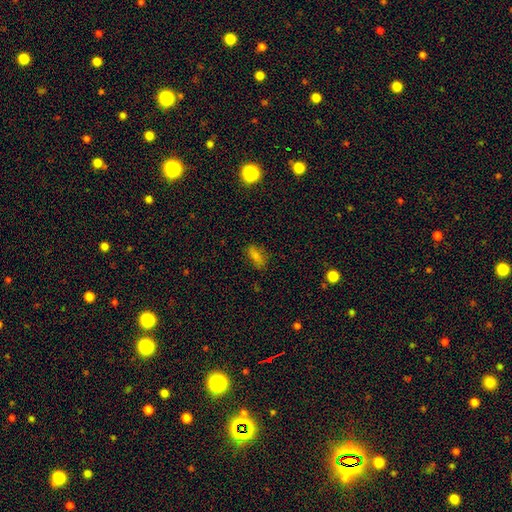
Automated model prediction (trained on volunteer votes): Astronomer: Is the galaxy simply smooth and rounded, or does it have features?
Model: smooth — 68%.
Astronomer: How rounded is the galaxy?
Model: in between — 73%.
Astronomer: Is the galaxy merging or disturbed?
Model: none — 79%.